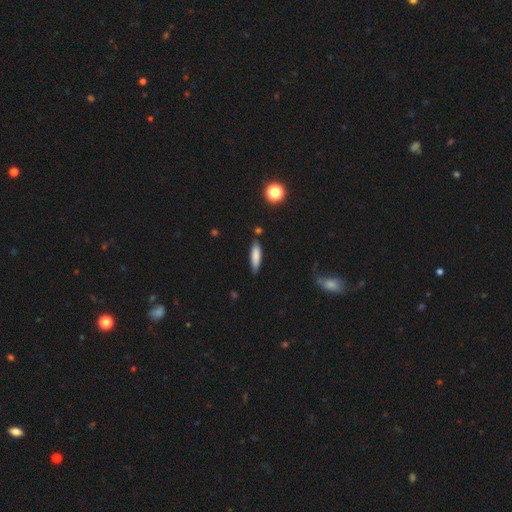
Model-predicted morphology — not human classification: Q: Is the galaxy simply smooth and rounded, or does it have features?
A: smooth — 80%.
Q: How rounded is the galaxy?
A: cigar-shaped — 66%.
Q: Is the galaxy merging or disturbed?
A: none — 79%.